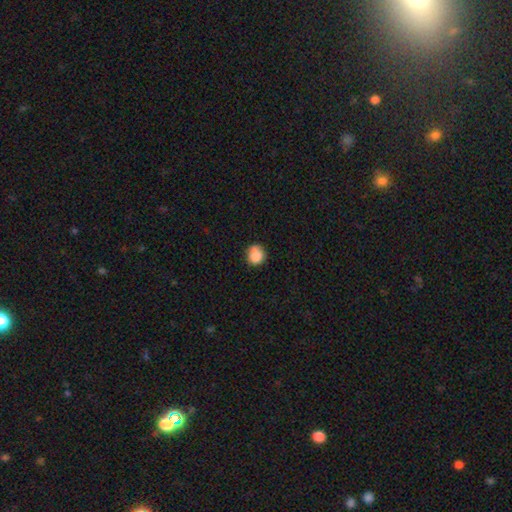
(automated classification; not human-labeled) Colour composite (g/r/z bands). It shows a smooth galaxy with no disk features (86%) that is round (79%). Merging: none (74%).